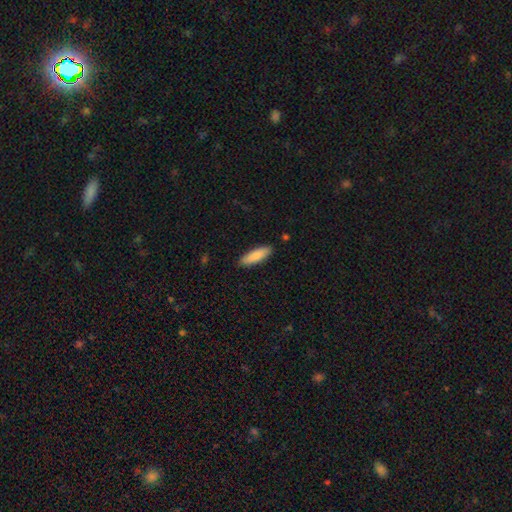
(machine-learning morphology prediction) A smooth galaxy with no disk features (86%) that is cigar-shaped (53%). Merging: none (88%).